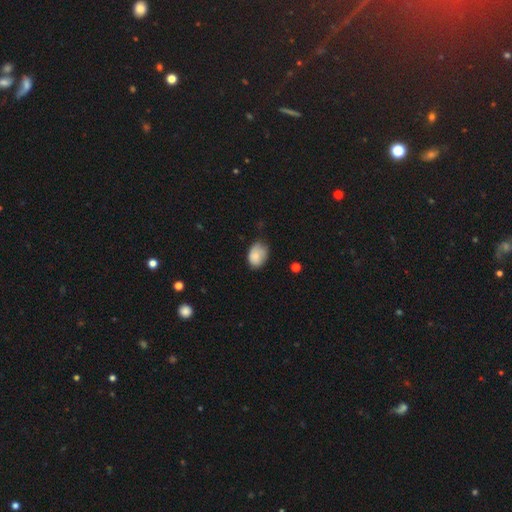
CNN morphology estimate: Smooth or featured?
  - smooth: 81% *
  - featured or disk: 12%
  - star or artifact: 8%
How rounded?
  - in between: 72% *
  - round: 27%
  - cigar-shaped: 1%
Merging?
  - none: 54% *
  - minor disturbance: 37%
  - major disturbance: 8%
  - merger: 2%